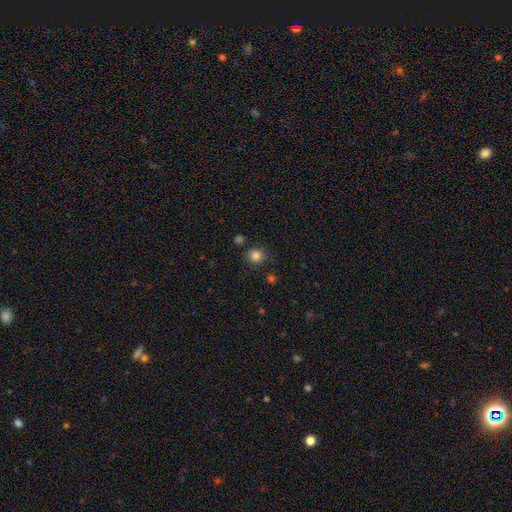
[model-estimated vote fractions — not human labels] Q: Smooth or featured?
A: smooth (83%); runner-up: star or artifact (12%)
Q: How rounded?
A: round (90%); runner-up: in between (9%)
Q: Merging?
A: none (83%); runner-up: minor disturbance (10%)